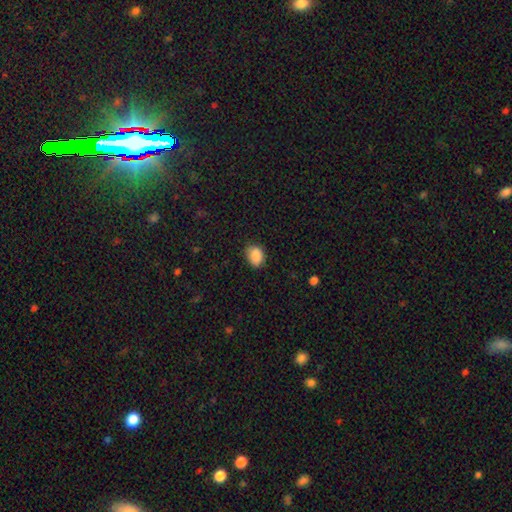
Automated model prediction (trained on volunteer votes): Morphology: type=smooth (88%); roundness=in between (69%); merging=none (78%).